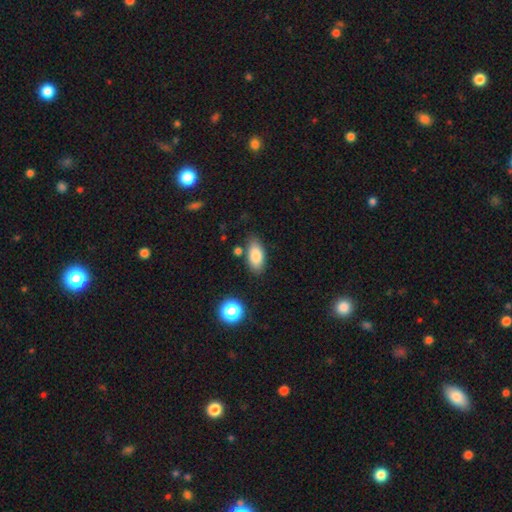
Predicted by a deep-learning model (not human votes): A smooth galaxy with no disk features (85%) that is in between round and cigar-shaped (90%). Merging: none (78%).